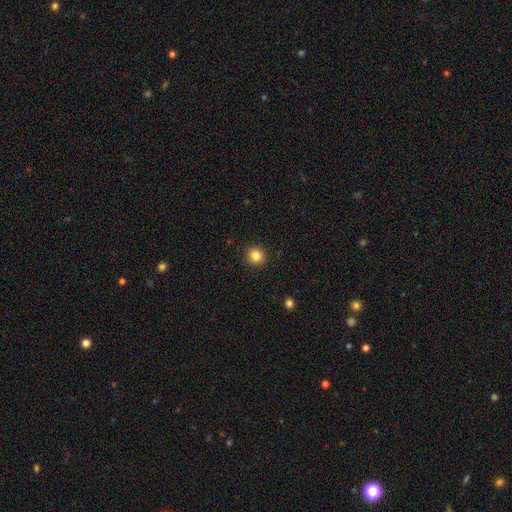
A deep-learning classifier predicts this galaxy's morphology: A smooth galaxy with no disk features (84%) that is round (94%).

Vote fractions:
- Smooth or featured? smooth: 84% / star or artifact: 11% / featured or disk: 5%
- How rounded? round: 94% / in between: 5% / cigar-shaped: 1%
- Merging? none: 93% / minor disturbance: 5% / major disturbance: 2% / merger: 1%